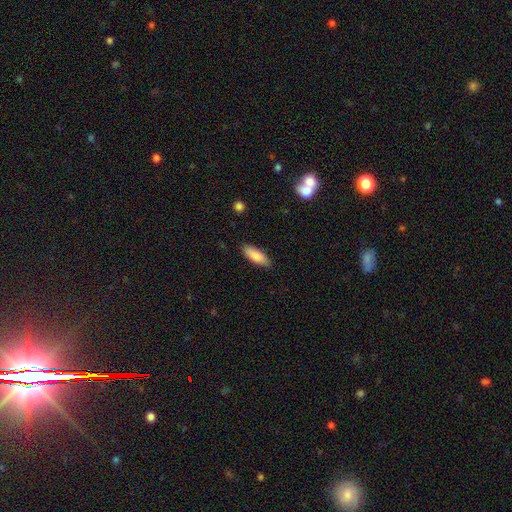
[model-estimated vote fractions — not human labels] Morphology: type=smooth (87%); roundness=in between (69%); merging=none (86%).